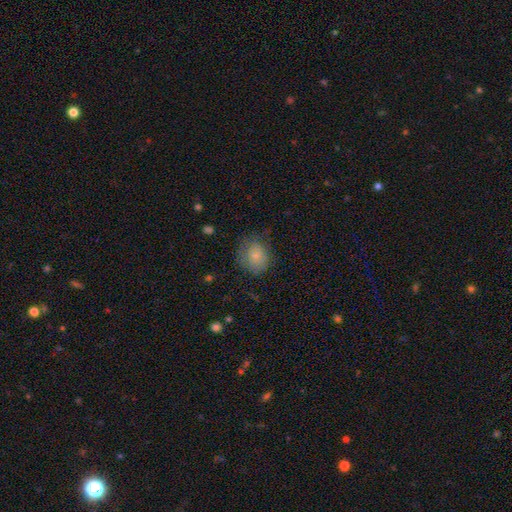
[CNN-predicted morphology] The model was most divided on "how rounded": round: 61%, in between: 38%, cigar-shaped: 1%. More confident: smooth or featured — smooth (78%); merging — none (60%).